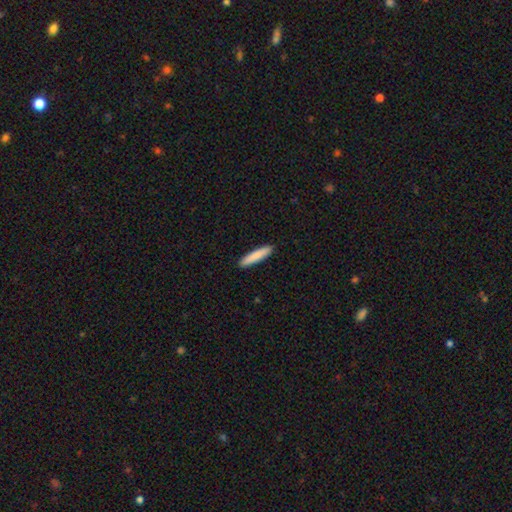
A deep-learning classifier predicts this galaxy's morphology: smooth_or_featured: smooth (p=0.86) [alt: featured or disk p=0.09]
how_rounded: cigar-shaped (p=0.88) [alt: in between p=0.11]
merging: none (p=0.92) [alt: minor disturbance p=0.06]